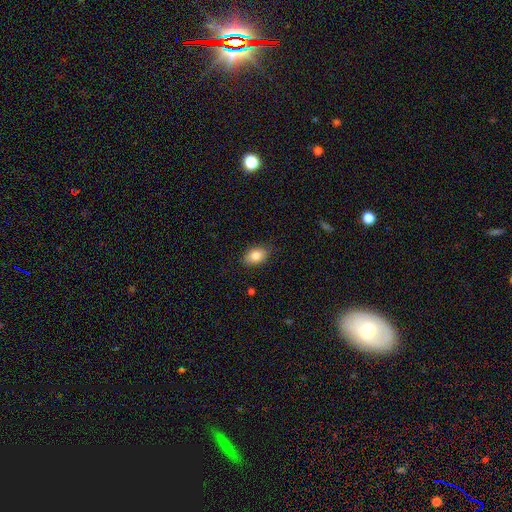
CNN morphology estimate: This appears to be a smooth galaxy with no disk features (85%) that is in between round and cigar-shaped (88%). Merging: none (83%).